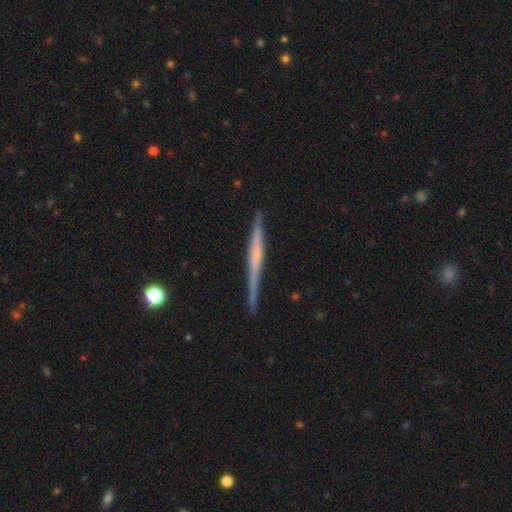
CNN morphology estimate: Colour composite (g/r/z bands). It shows a featured or disk galaxy (63%) viewed edge-on (98%) with no central bulge (71%). Merging: none (88%).